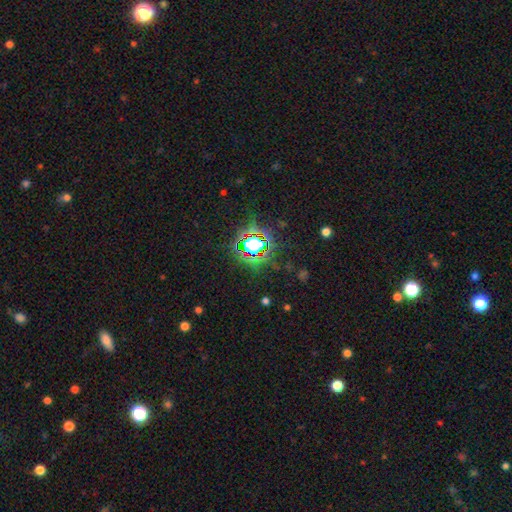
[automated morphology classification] A star or artifact, not a galaxy (78%).